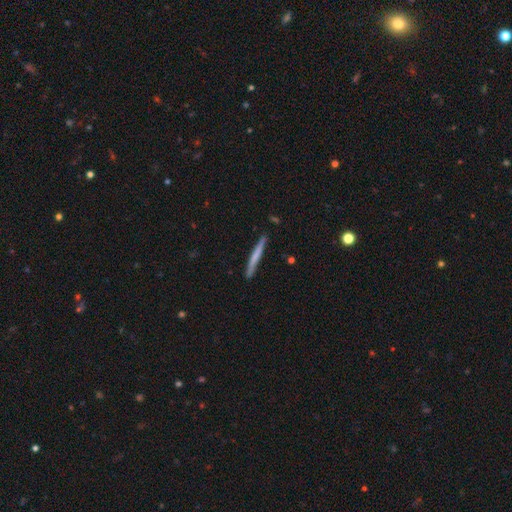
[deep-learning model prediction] Smooth or featured? Predicted: smooth (p=0.56). How rounded? Predicted: cigar-shaped (p=0.97). Merging? Predicted: none (p=0.89).